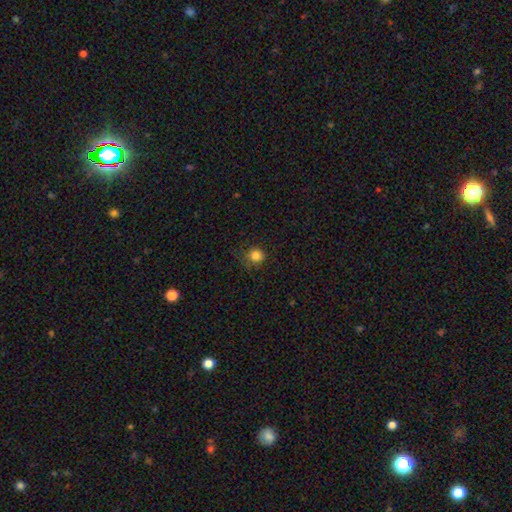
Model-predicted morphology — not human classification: The model was most divided on "merging": none: 75%, minor disturbance: 18%, major disturbance: 6%, merger: 1%. More confident: how rounded — round (89%); smooth or featured — smooth (82%).